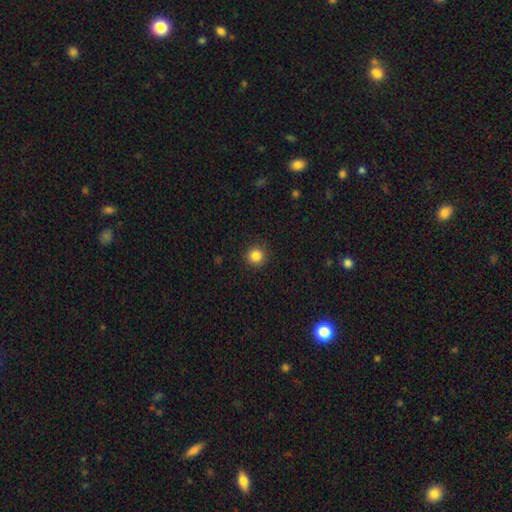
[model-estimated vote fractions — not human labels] Overall: smooth (85%). How rounded: round (94%). Merging: none (90%).